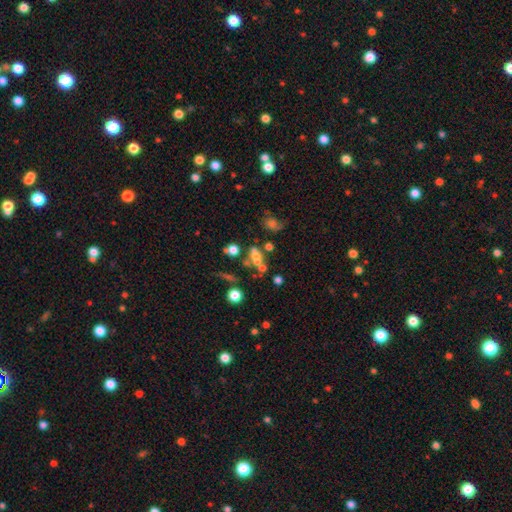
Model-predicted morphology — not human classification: Smooth or featured? smooth (50%)
How rounded? round (58%)
Merging? merger (43%)